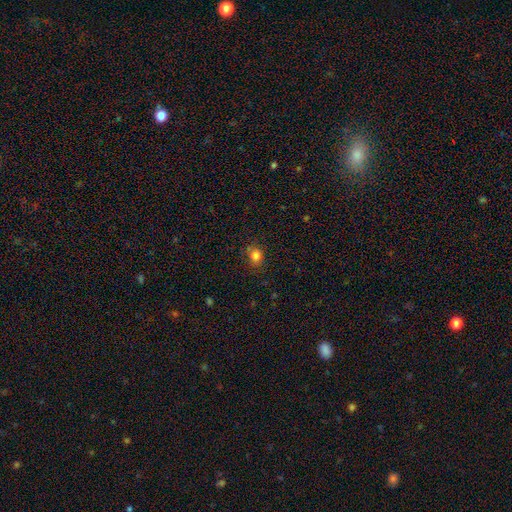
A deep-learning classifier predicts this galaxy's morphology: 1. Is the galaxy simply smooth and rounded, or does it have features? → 81% smooth, 13% star or artifact, 6% featured or disk.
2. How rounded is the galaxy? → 54% round, 45% in between, 1% cigar-shaped.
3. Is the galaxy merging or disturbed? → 77% none, 16% minor disturbance, 5% major disturbance, 2% merger.